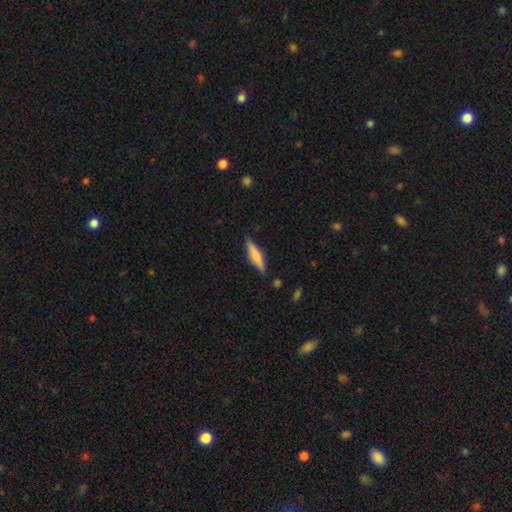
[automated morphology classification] Smooth or featured: smooth — 61% (featured or disk — 33%)
How rounded: cigar-shaped — 78% (in between — 20%)
Merging: none — 82% (minor disturbance — 13%)